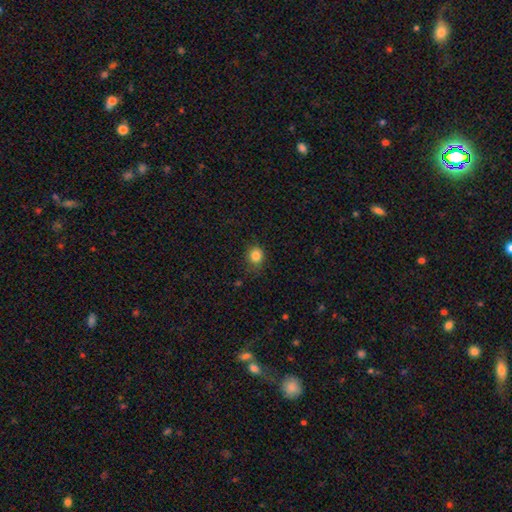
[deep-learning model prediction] This is clearly a smooth galaxy (84%). How rounded: likely round (74%). Merging: likely none (77%).